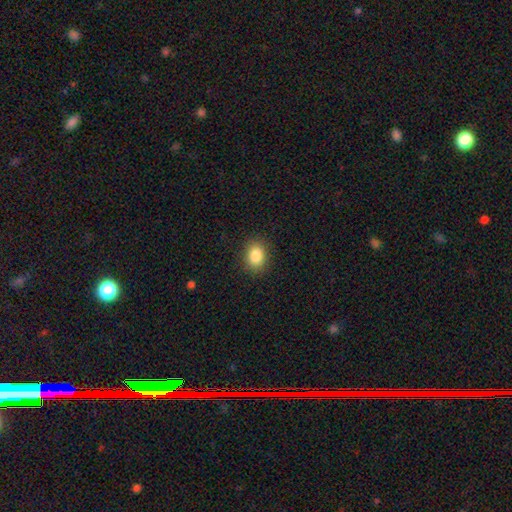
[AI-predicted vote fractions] Smooth or featured? Predicted: smooth (p=0.86). How rounded? Predicted: in between (p=0.66). Merging? Predicted: none (p=0.88).